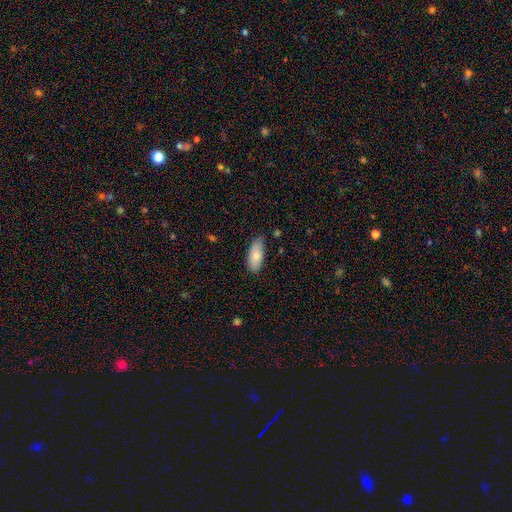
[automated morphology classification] A smooth galaxy with no disk features (80%) that is in between round and cigar-shaped (88%).

Vote fractions:
- Smooth or featured? smooth: 80% / featured or disk: 14% / star or artifact: 7%
- How rounded? in between: 88% / cigar-shaped: 10% / round: 2%
- Merging? none: 73% / minor disturbance: 22% / major disturbance: 3% / merger: 2%